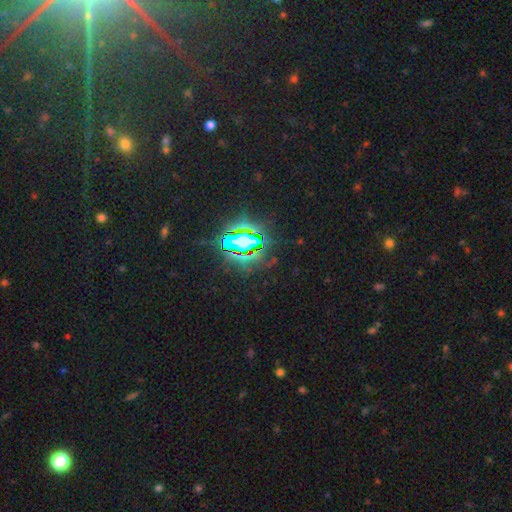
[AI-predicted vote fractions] Morphology: type=star or artifact (82%).